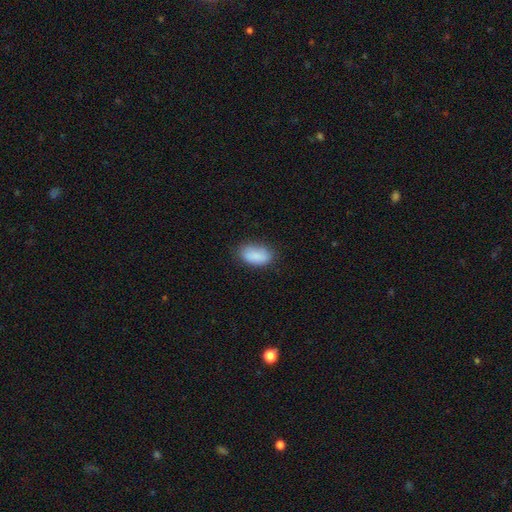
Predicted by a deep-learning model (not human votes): A smooth galaxy with no disk features (88%) that is in between round and cigar-shaped (92%). Merging: none (76%).